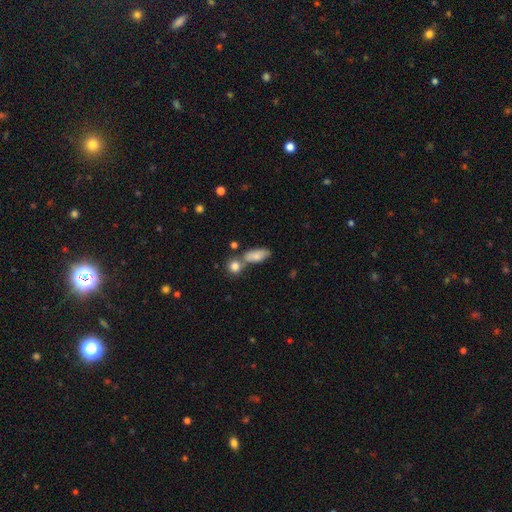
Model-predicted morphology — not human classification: The model was most divided on "merging": none: 51%, merger: 28%, minor disturbance: 16%, major disturbance: 5%. More confident: how rounded — in between (80%); smooth or featured — smooth (77%).